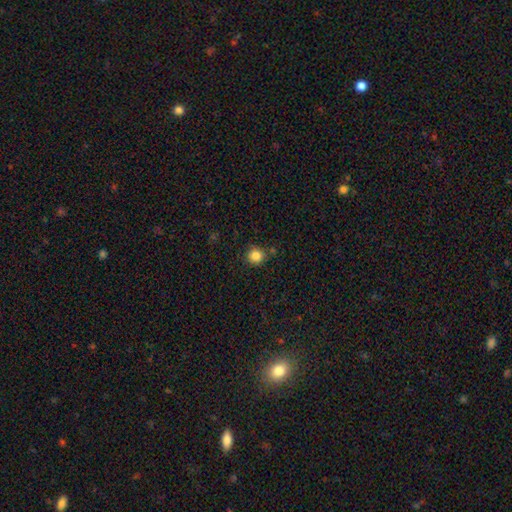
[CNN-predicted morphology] smooth 85%, star or artifact 11%, featured or disk 4%. Down the decision tree: how rounded — round (93%); merging — none (84%).